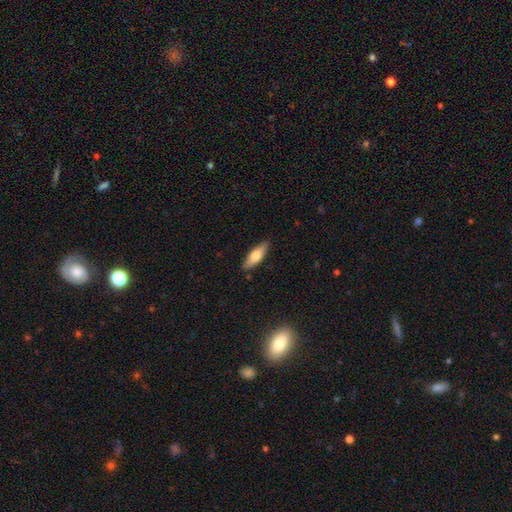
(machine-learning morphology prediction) Smooth or featured?
  - smooth: 65% *
  - featured or disk: 29%
  - star or artifact: 6%
How rounded?
  - in between: 52% *
  - cigar-shaped: 46%
  - round: 2%
Merging?
  - none: 86% *
  - minor disturbance: 10%
  - major disturbance: 2%
  - merger: 1%